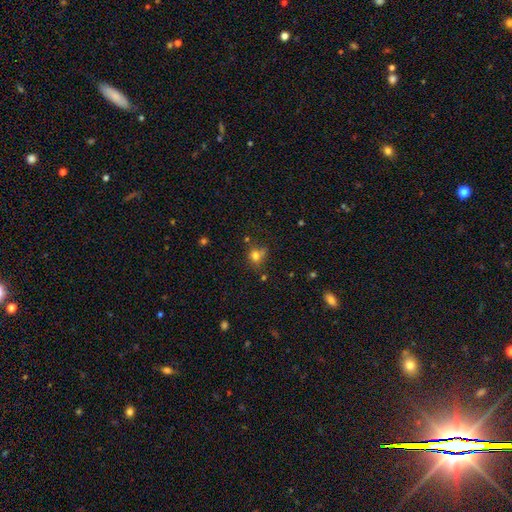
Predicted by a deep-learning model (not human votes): Smooth or featured: smooth — 71% (star or artifact — 18%)
How rounded: round — 77% (in between — 22%)
Merging: none — 57% (merger — 19%)